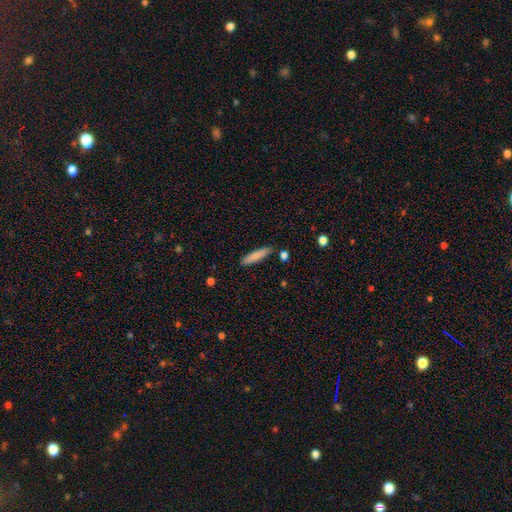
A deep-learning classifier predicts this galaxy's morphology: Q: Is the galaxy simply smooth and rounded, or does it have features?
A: smooth — 82%.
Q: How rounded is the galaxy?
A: cigar-shaped — 84%.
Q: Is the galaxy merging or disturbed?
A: none — 86%.